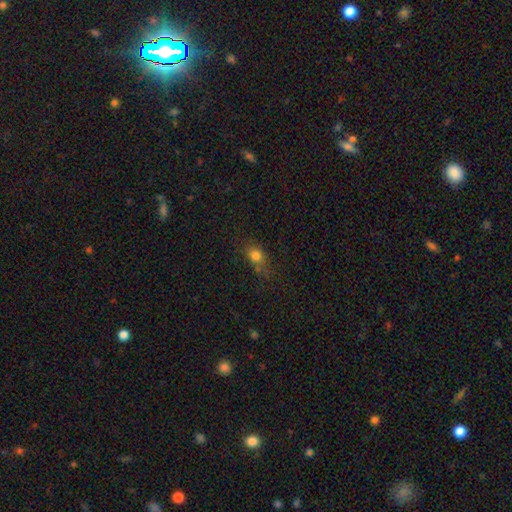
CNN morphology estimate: smooth-or-featured: smooth: 76% | star or artifact: 15% | featured or disk: 9%
  how-rounded: in between: 50% | round: 46% | cigar-shaped: 4%
  merging: none: 62% | minor disturbance: 23% | major disturbance: 9% | merger: 6%